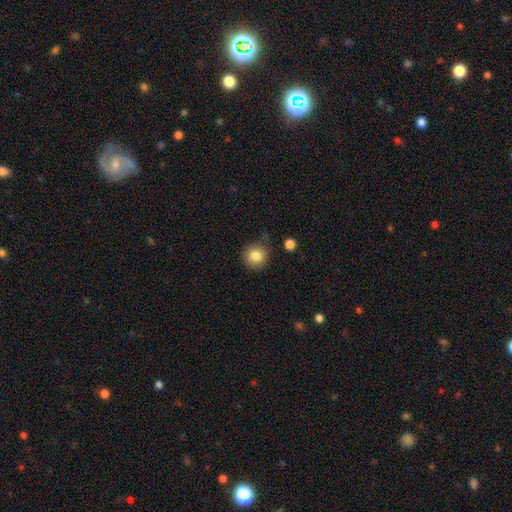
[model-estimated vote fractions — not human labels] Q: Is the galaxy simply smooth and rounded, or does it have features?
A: smooth — 84%.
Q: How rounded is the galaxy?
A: round — 92%.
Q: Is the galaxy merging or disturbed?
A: none — 80%.